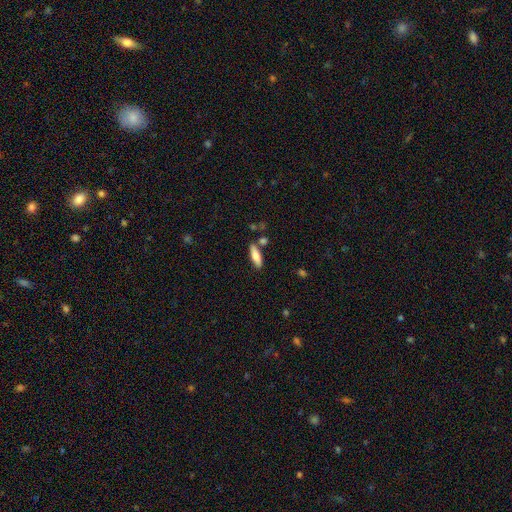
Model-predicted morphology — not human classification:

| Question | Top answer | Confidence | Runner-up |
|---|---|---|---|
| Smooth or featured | smooth | 74% | featured or disk (20%) |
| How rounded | cigar-shaped | 52% | in between (46%) |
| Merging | none | 78% | minor disturbance (12%) |